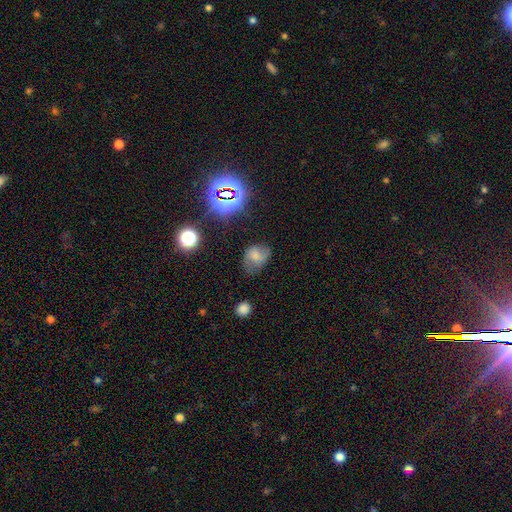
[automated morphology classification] Smooth or featured? smooth (52%)
How rounded? in between (58%)
Merging? none (57%)